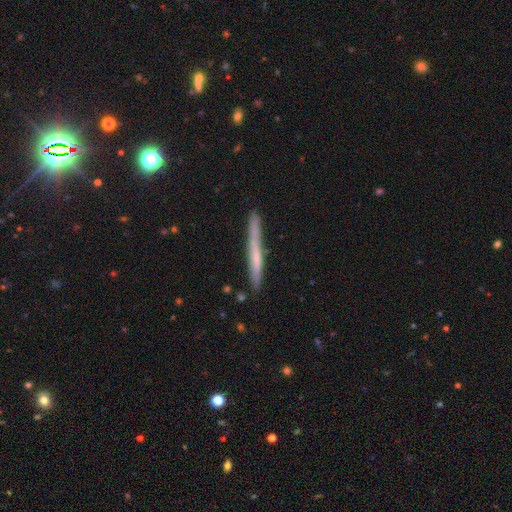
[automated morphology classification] Smooth or featured? Predicted: smooth (p=0.48). Merging? Predicted: none (p=0.83).